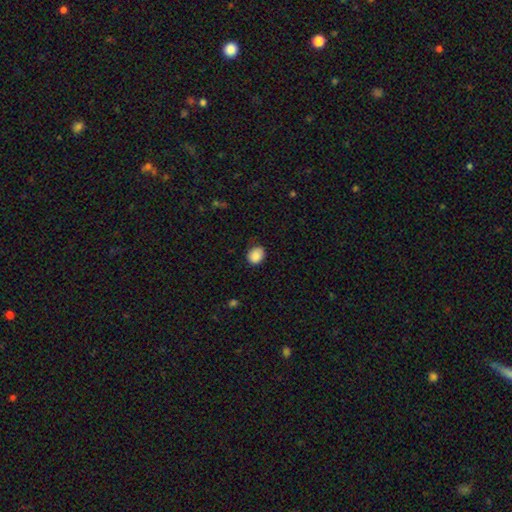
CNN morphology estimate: The model was most divided on "how rounded": round: 57%, in between: 42%, cigar-shaped: 1%. More confident: smooth or featured — smooth (88%); merging — none (79%).